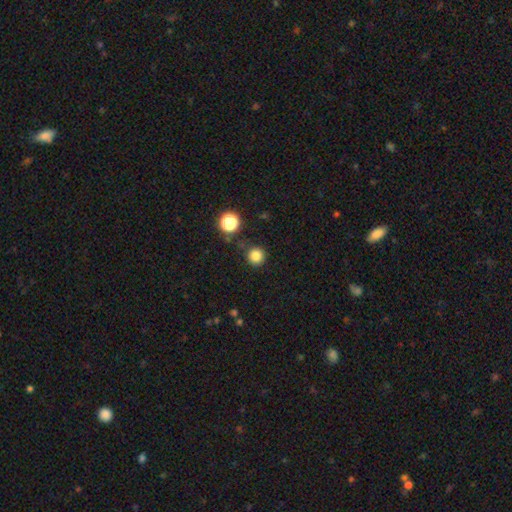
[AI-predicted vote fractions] This appears to be a smooth galaxy with no disk features (83%) that is round (94%). Merging: none (85%).